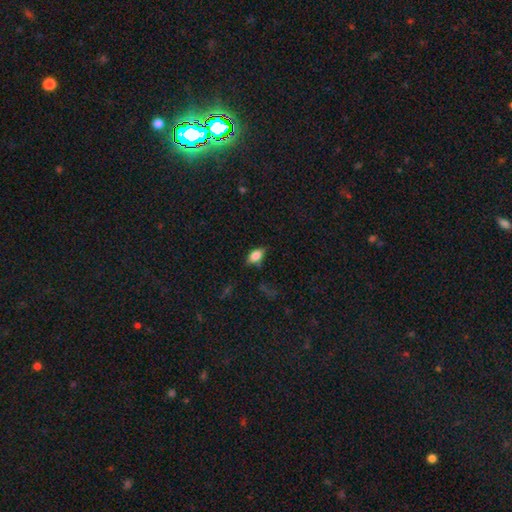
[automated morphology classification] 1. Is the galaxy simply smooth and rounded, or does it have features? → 72% smooth, 18% featured or disk, 10% star or artifact.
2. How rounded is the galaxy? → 85% in between, 8% cigar-shaped, 6% round.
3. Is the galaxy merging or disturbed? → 72% none, 20% minor disturbance, 6% major disturbance, 3% merger.